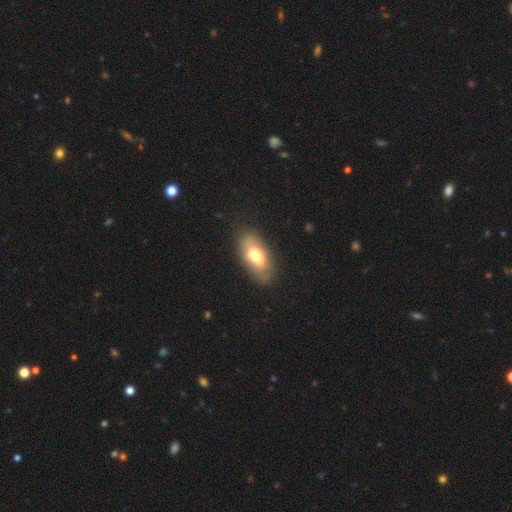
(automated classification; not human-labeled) Q: Smooth or featured?
A: smooth (66%); runner-up: featured or disk (27%)
Q: How rounded?
A: in between (91%); runner-up: cigar-shaped (5%)
Q: Merging?
A: none (74%); runner-up: minor disturbance (18%)